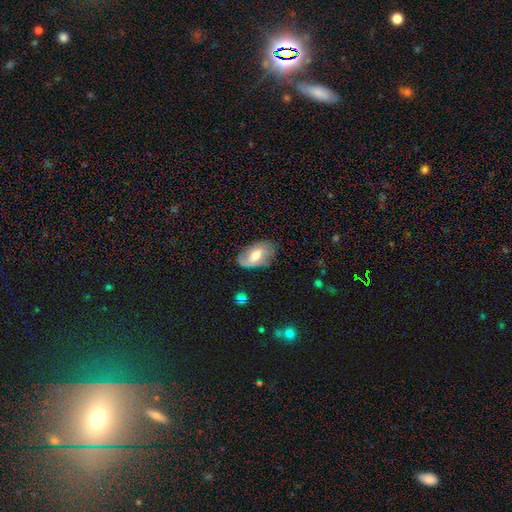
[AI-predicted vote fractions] Smooth or featured? smooth (55%)
How rounded? in between (92%)
Merging? none (64%)